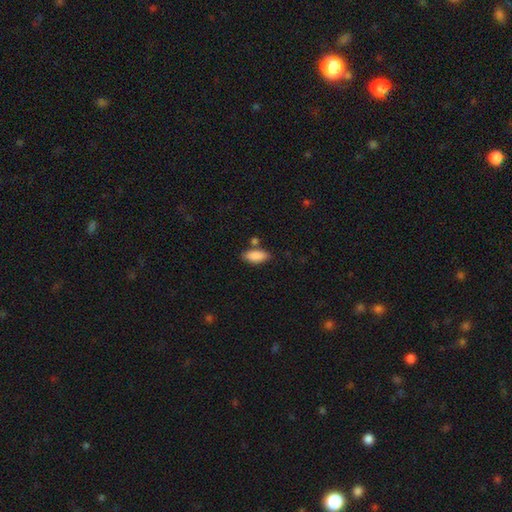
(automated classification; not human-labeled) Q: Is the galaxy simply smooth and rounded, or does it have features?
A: smooth — 88%.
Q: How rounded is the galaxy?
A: in between — 88%.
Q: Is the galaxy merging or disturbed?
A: none — 72%.